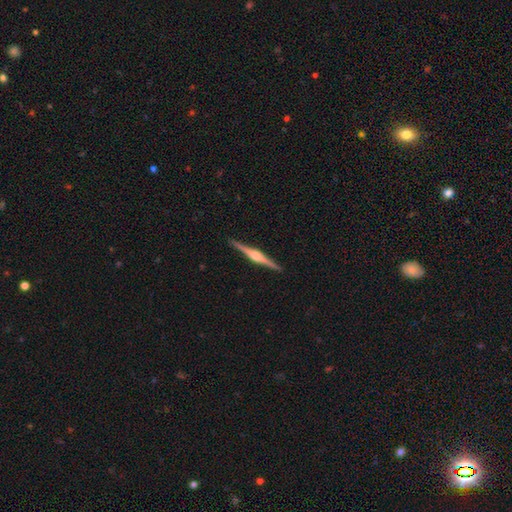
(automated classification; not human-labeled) The model was most divided on "smooth or featured": featured or disk: 85%, smooth: 10%, star or artifact: 5%. More confident: edge-on disk — yes (99%); merging — none (92%); edge-on bulge — rounded (86%).